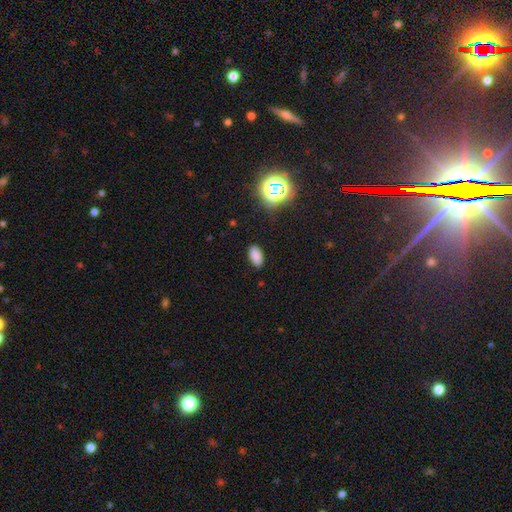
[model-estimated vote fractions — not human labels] This is clearly a smooth galaxy (82%). How rounded: clearly in between (92%). Merging: clearly none (87%).